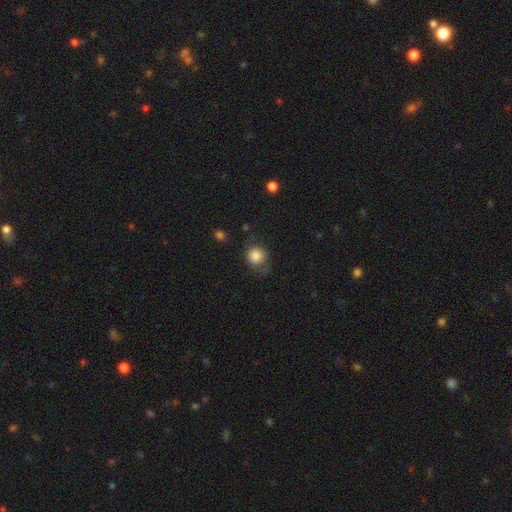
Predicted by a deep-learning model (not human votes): Smooth or featured? smooth (84%)
How rounded? round (83%)
Merging? none (63%)